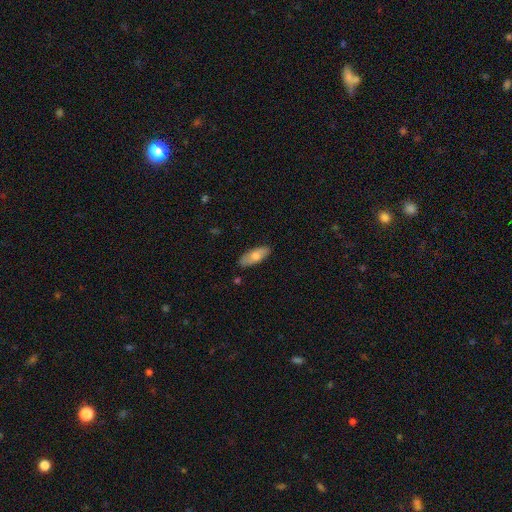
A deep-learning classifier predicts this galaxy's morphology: Smooth or featured? Predicted: smooth (p=0.70). How rounded? Predicted: in between (p=0.78). Merging? Predicted: none (p=0.86).